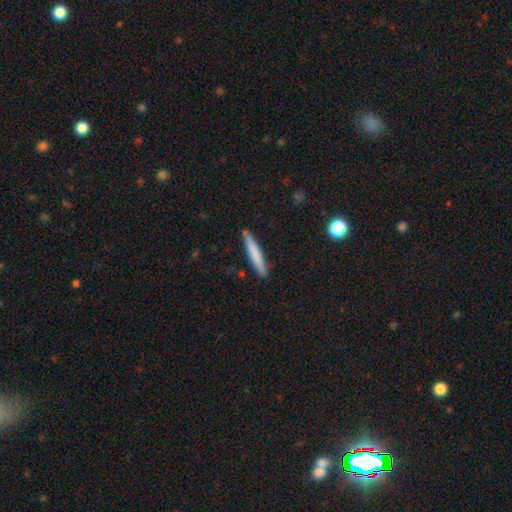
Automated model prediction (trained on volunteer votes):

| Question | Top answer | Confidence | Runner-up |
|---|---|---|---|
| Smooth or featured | smooth | 75% | featured or disk (20%) |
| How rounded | cigar-shaped | 94% | in between (5%) |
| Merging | none | 85% | minor disturbance (11%) |